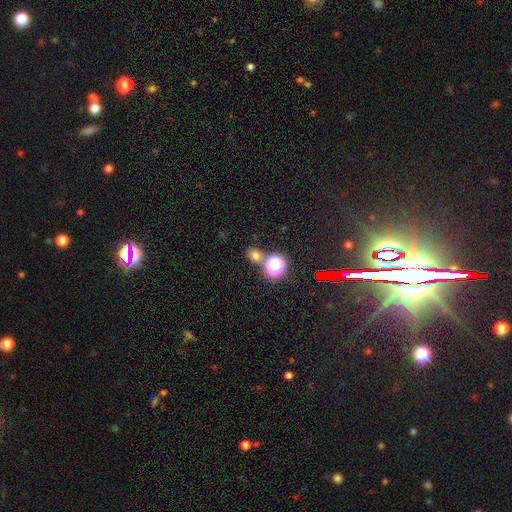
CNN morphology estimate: Smooth or featured?
  - smooth: 67% *
  - star or artifact: 26%
  - featured or disk: 7%
How rounded?
  - round: 58% *
  - in between: 40%
  - cigar-shaped: 1%
Merging?
  - none: 71% *
  - merger: 16%
  - minor disturbance: 10%
  - major disturbance: 4%